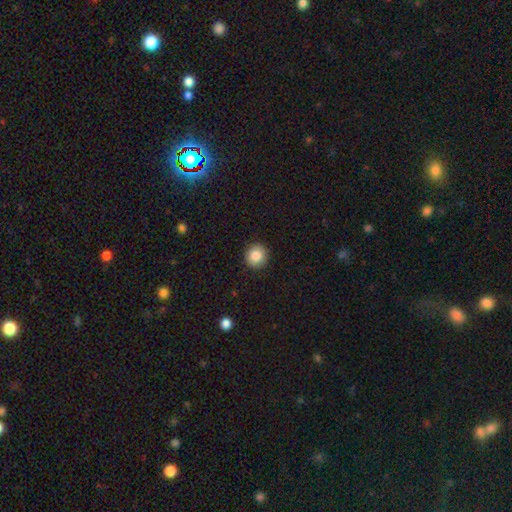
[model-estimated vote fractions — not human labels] Smooth or featured?
  - smooth: 85% *
  - star or artifact: 9%
  - featured or disk: 6%
How rounded?
  - round: 92% *
  - in between: 7%
  - cigar-shaped: 1%
Merging?
  - none: 91% *
  - minor disturbance: 6%
  - major disturbance: 2%
  - merger: 1%